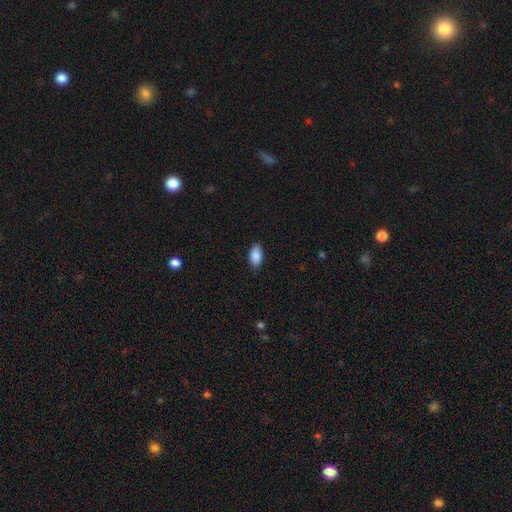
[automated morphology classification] This appears to be a smooth galaxy with no disk features (89%) that is in between round and cigar-shaped (93%). Merging: none (85%).